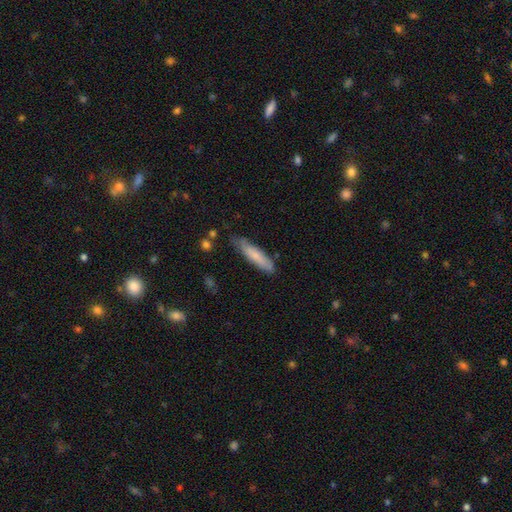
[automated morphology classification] Smooth or featured?
  - smooth: 72% *
  - featured or disk: 22%
  - star or artifact: 6%
How rounded?
  - cigar-shaped: 81% *
  - in between: 18%
  - round: 1%
Merging?
  - none: 72% *
  - minor disturbance: 21%
  - major disturbance: 4%
  - merger: 2%